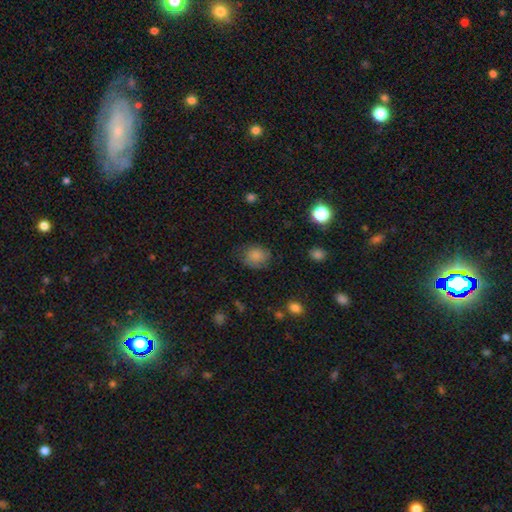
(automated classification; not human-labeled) This appears to be a smooth galaxy with no disk features (74%) that is round (59%). Merging: none (67%).